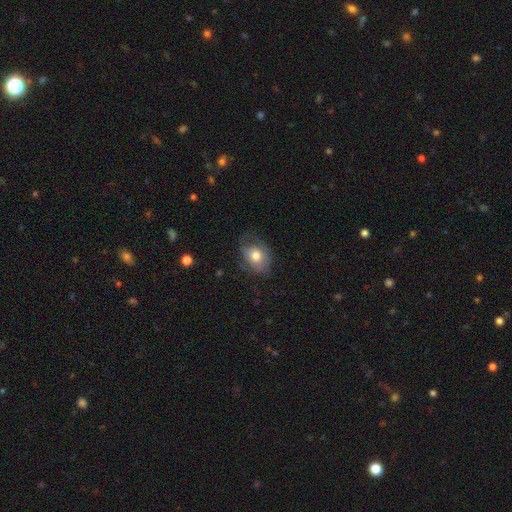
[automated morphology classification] Smooth or featured? smooth (60%)
How rounded? in between (68%)
Merging? none (55%)